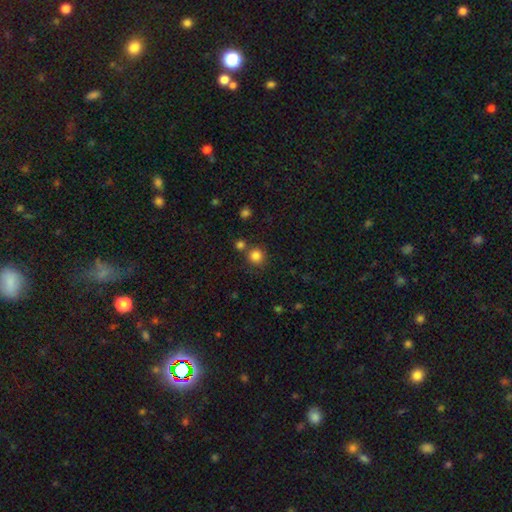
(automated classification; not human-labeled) Smooth or featured: smooth — 83% (star or artifact — 13%)
How rounded: round — 93% (in between — 6%)
Merging: none — 76% (merger — 13%)